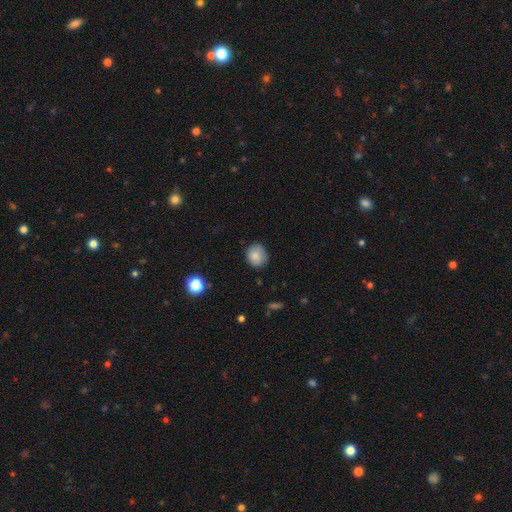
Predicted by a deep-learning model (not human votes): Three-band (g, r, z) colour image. It shows a smooth galaxy with no disk features (84%) that is round (74%). Merging: none (79%).